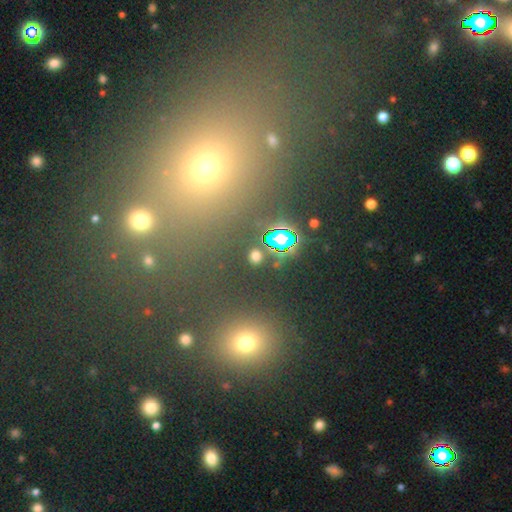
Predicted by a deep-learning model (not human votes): smooth 54%, star or artifact 40%, featured or disk 6%. Down the decision tree: how rounded — round (81%); merging — none (87%).